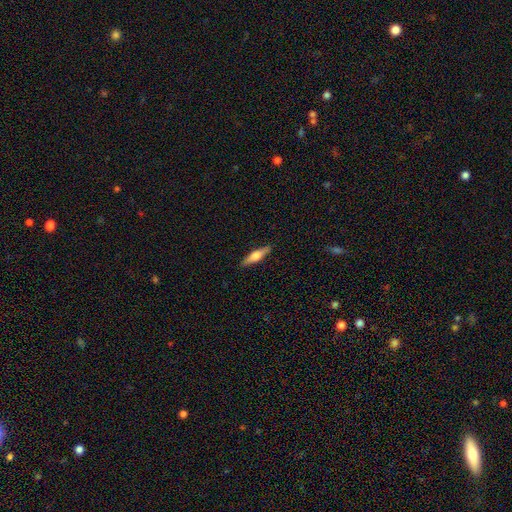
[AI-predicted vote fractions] A featured or disk galaxy (47%, tied with smooth).

Vote fractions:
- Smooth or featured? featured or disk: 47% (tied) / smooth: 47% (tied) / star or artifact: 6%
- Merging? none: 89% / minor disturbance: 8% / major disturbance: 2% / merger: 1%